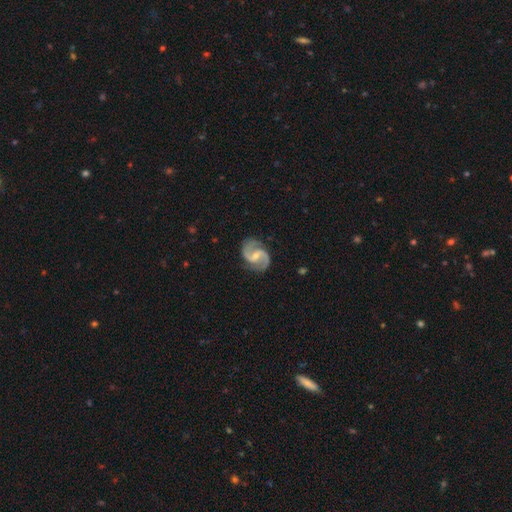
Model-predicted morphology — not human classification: Smooth or featured? featured or disk (92%)
Edge-on disk? no (98%)
Bar? weak (53%)
Spiral arms? yes (98%)
Spiral winding? medium (59%)
Spiral arm count? 2 (94%)
Bulge size? small (57%)
Merging? none (83%)